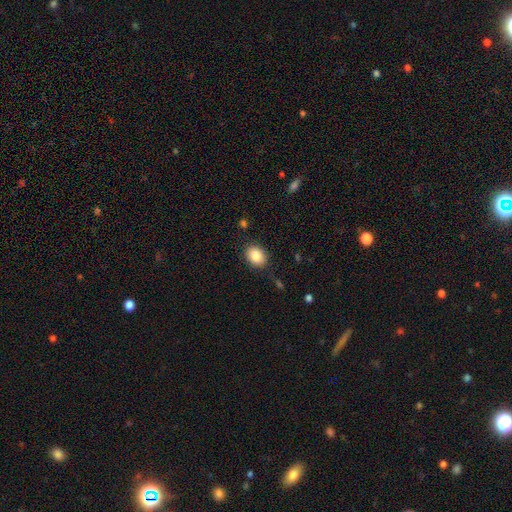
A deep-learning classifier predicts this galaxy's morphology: smooth 85%, star or artifact 9%, featured or disk 6%. Down the decision tree: how rounded — in between (55%); merging — none (86%).